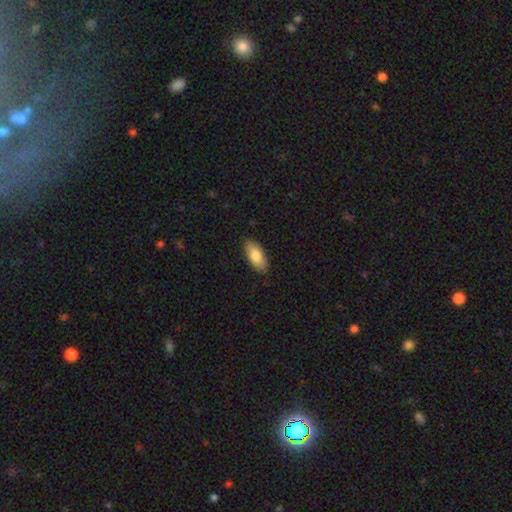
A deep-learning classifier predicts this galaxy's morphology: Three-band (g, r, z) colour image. It shows a smooth galaxy with no disk features (80%) that is in between round and cigar-shaped (90%). Merging: none (86%).